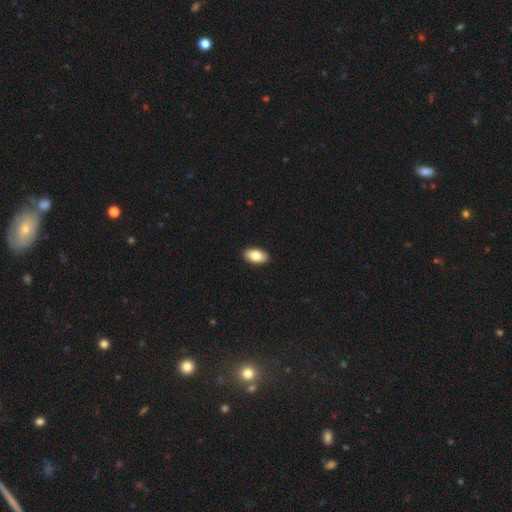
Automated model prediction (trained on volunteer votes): smooth 84%, featured or disk 10%, star or artifact 6%. Down the decision tree: how rounded — in between (94%); merging — none (92%).